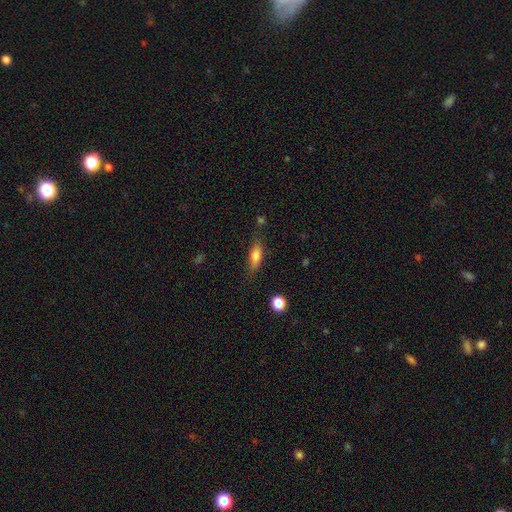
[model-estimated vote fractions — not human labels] Smooth or featured: smooth — 75% (featured or disk — 17%)
How rounded: in between — 59% (cigar-shaped — 38%)
Merging: none — 77% (minor disturbance — 16%)